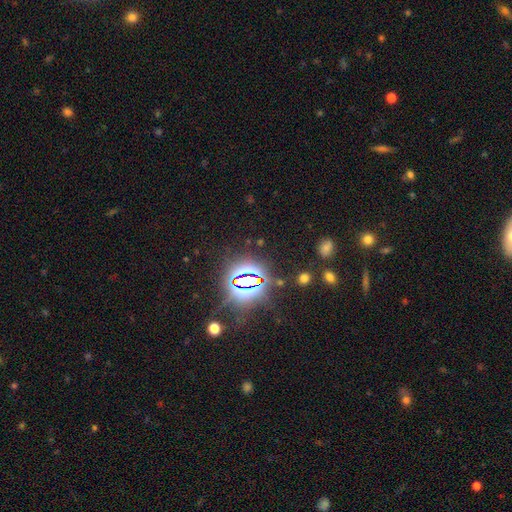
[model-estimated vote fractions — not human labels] smooth_or_featured: star or artifact (p=0.84) [alt: smooth p=0.10]